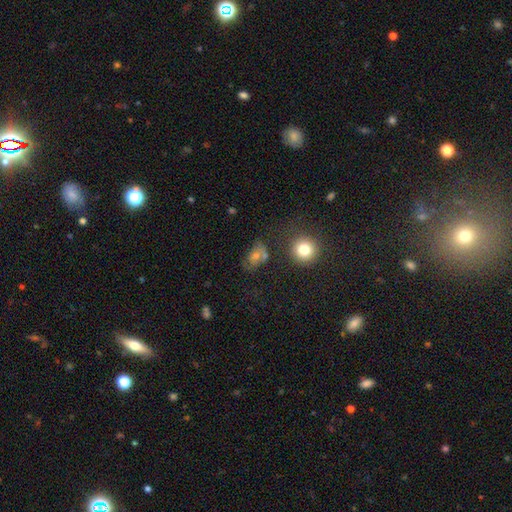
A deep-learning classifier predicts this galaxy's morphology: Overall: smooth (53%; featured or disk 25%). How rounded: in between (64%; round 33%). Merging: none (56%; minor disturbance 21%).